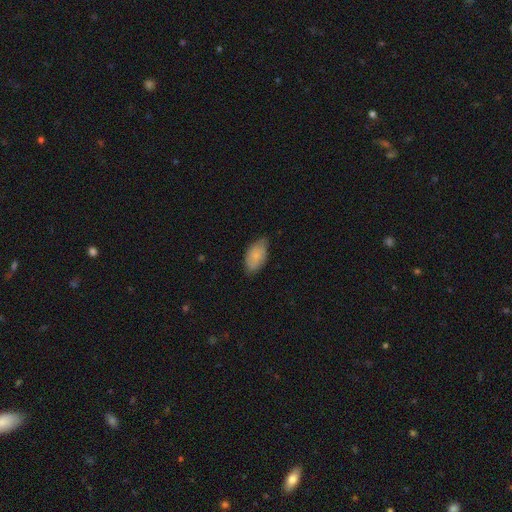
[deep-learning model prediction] Smooth or featured? smooth (69%)
How rounded? in between (93%)
Merging? none (63%)